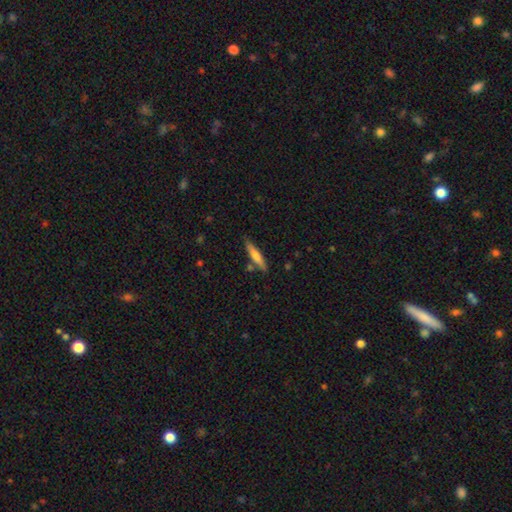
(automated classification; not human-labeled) Overall: smooth (63%; featured or disk 31%). How rounded: cigar-shaped (89%). Merging: none (81%).